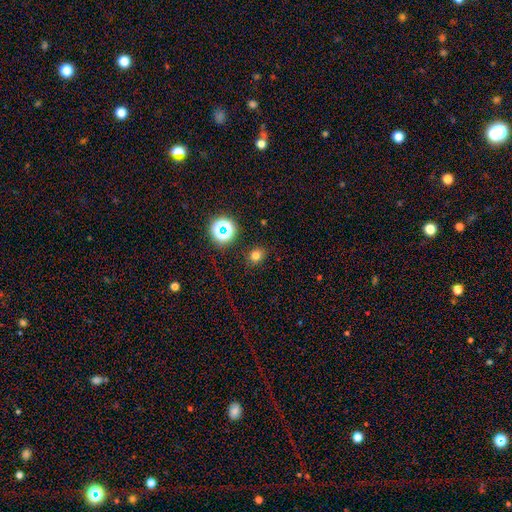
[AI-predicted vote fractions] Q: Smooth or featured?
A: smooth (73%); runner-up: star or artifact (20%)
Q: How rounded?
A: round (68%); runner-up: in between (31%)
Q: Merging?
A: none (85%); runner-up: minor disturbance (10%)